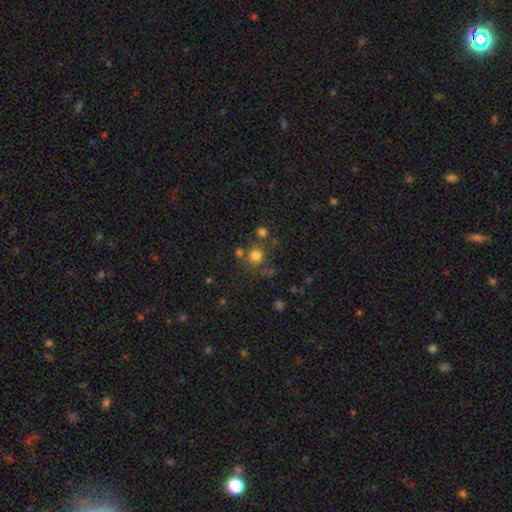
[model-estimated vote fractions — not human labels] Smooth or featured?
  - smooth: 76% *
  - star or artifact: 16%
  - featured or disk: 8%
How rounded?
  - round: 91% *
  - in between: 8%
  - cigar-shaped: 1%
Merging?
  - none: 72% *
  - merger: 14%
  - minor disturbance: 10%
  - major disturbance: 5%